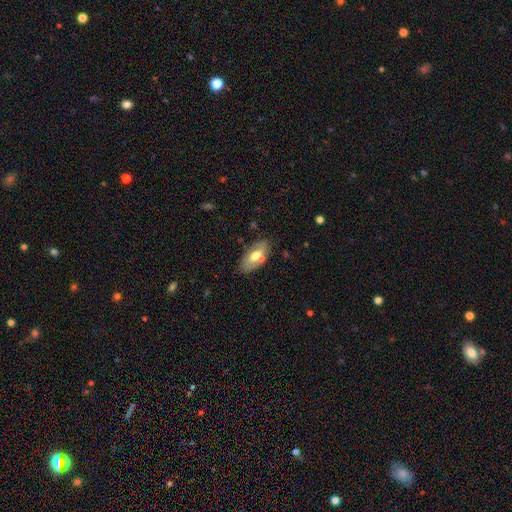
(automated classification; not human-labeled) smooth-or-featured: smooth: 54% | featured or disk: 40% | star or artifact: 6%
  how-rounded: in between: 92% | round: 4% | cigar-shaped: 4%
  merging: none: 73% | minor disturbance: 17% | merger: 6% | major disturbance: 4%